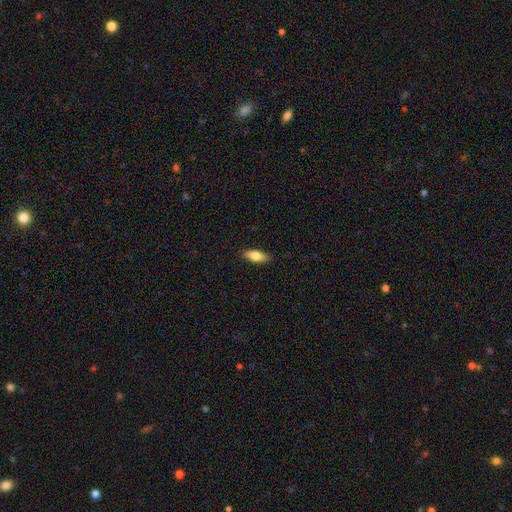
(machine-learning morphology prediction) A smooth galaxy with no disk features (74%) that is in between round and cigar-shaped (70%). Merging: none (88%).